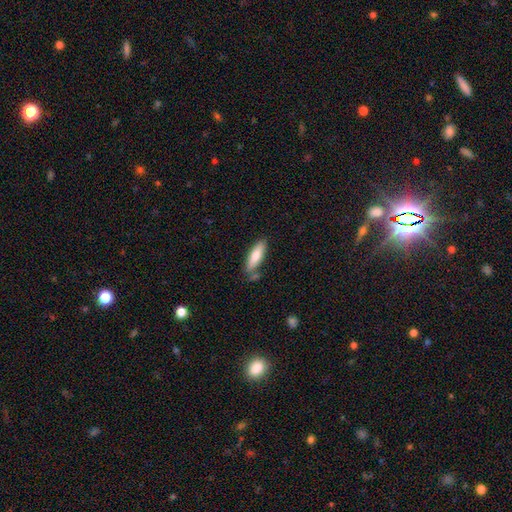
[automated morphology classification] A smooth galaxy with no disk features (79%) that is cigar-shaped (54%). Merging: none (73%).